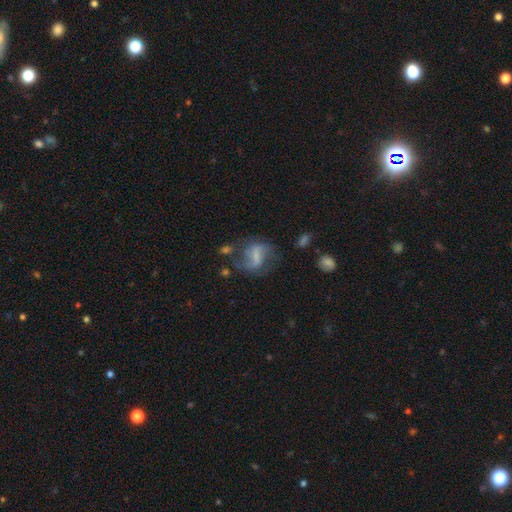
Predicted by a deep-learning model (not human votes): Morphology: type=featured or disk (57%); edge-on=no (96%); bar=weak (38%, tied with strong); spiral arms=yes (68%); bulge=none (49%); merging=none (44%).